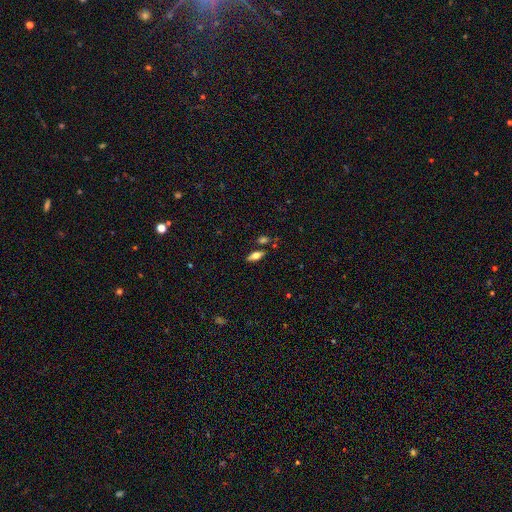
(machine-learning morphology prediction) Q: Smooth or featured?
A: smooth (62%); runner-up: featured or disk (30%)
Q: How rounded?
A: in between (78%); runner-up: cigar-shaped (19%)
Q: Merging?
A: none (79%); runner-up: minor disturbance (12%)